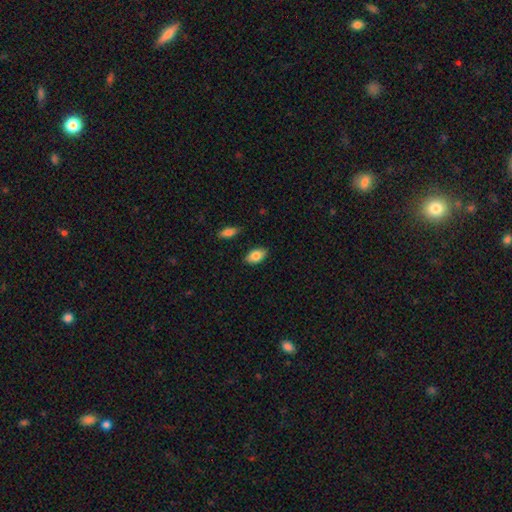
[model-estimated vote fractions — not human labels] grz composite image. It shows a smooth galaxy with no disk features (84%) that is in between round and cigar-shaped (93%). Merging: none (86%).